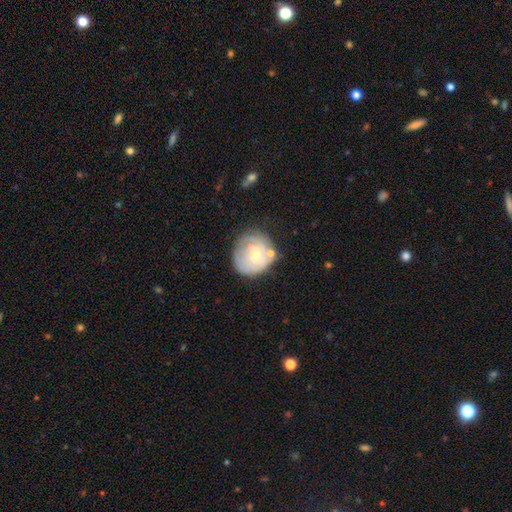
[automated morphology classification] This appears to be a featured or disk galaxy (53%) with no bar (73%), spiral arms (64%) and a small central bulge (57%). Merging: none (60%).